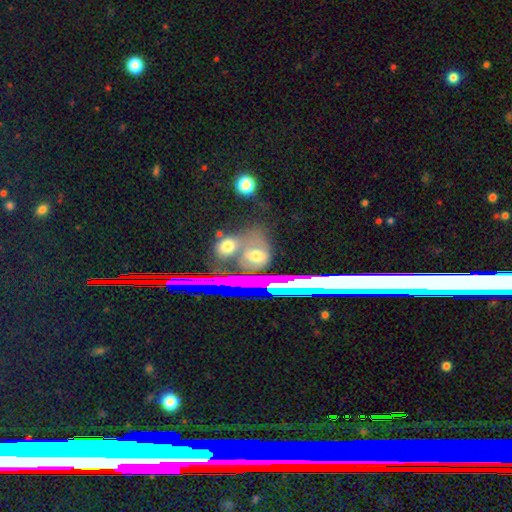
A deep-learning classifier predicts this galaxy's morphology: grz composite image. It shows a smooth galaxy with no disk features (54%) that is in between round and cigar-shaped (51%). Merging: none (46%).